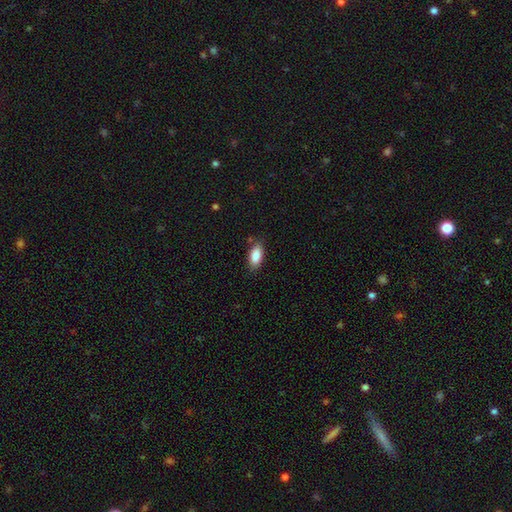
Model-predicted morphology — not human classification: This is clearly a smooth galaxy (88%). How rounded: clearly in between (89%). Merging: clearly none (82%).